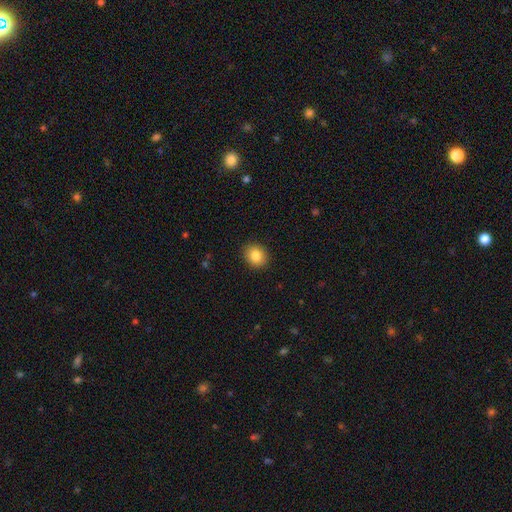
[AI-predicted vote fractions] Smooth or featured?
  - smooth: 85% *
  - star or artifact: 9%
  - featured or disk: 6%
How rounded?
  - round: 66% *
  - in between: 33%
  - cigar-shaped: 1%
Merging?
  - none: 89% *
  - minor disturbance: 7%
  - major disturbance: 2%
  - merger: 1%